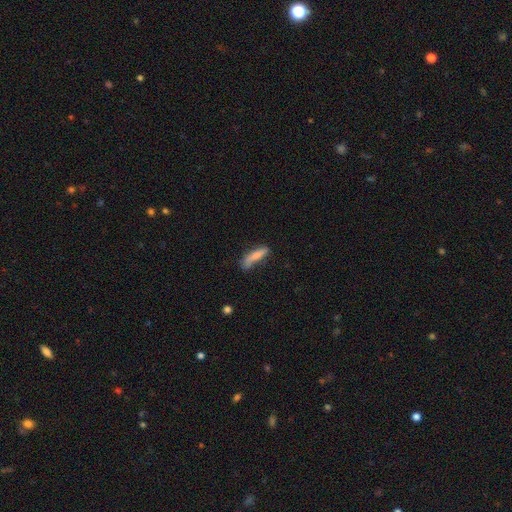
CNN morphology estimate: The model was most divided on "merging": none: 57%, minor disturbance: 29%, major disturbance: 10%, merger: 4%. More confident: smooth or featured — smooth (77%); how rounded — cigar-shaped (76%).